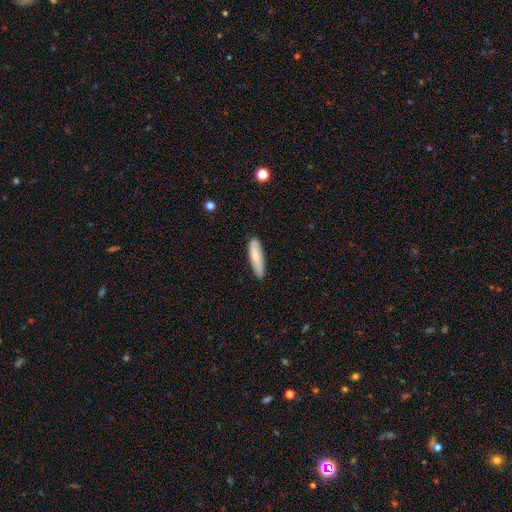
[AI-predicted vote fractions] Overall: smooth (78%). How rounded: cigar-shaped (69%; in between 29%). Merging: none (82%).